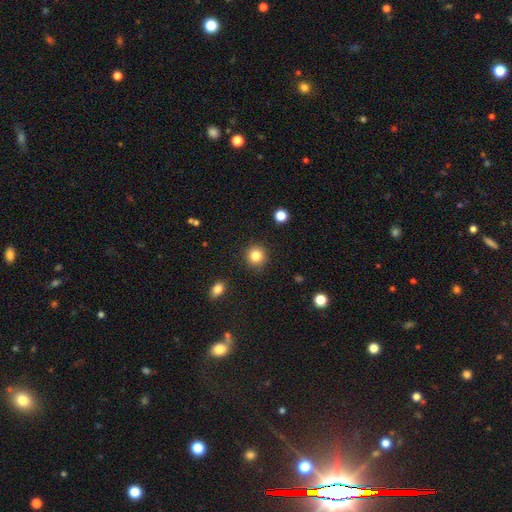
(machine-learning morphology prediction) A smooth galaxy with no disk features (84%) that is round (92%). Merging: none (90%).